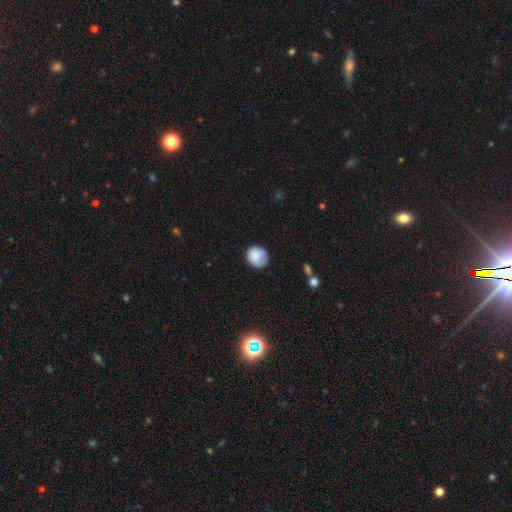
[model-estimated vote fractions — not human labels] smooth 82%, featured or disk 11%, star or artifact 8%. Down the decision tree: how rounded — round (73%); merging — none (62%).